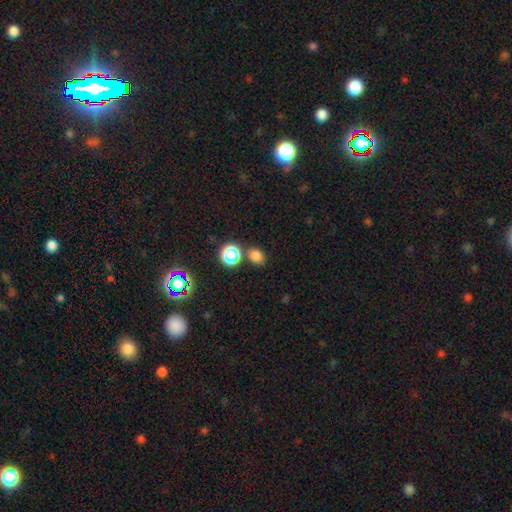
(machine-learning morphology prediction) smooth 75%, star or artifact 20%, featured or disk 5%. Down the decision tree: how rounded — round (55%); merging — none (76%).